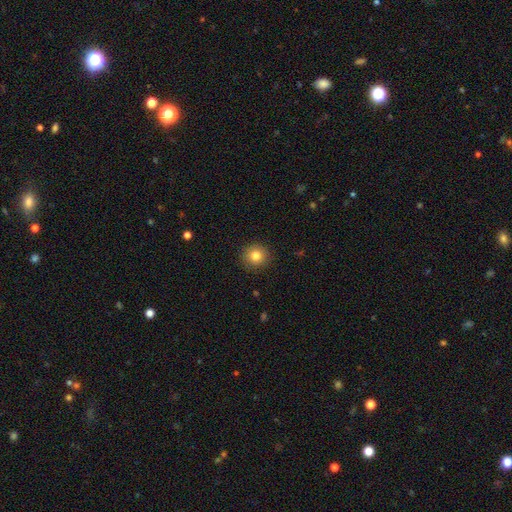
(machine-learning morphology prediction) Smooth or featured: smooth — 82% (star or artifact — 11%)
How rounded: round — 92% (in between — 7%)
Merging: none — 91% (minor disturbance — 6%)